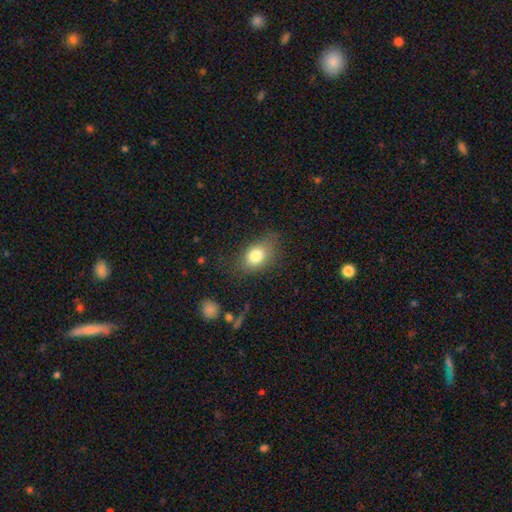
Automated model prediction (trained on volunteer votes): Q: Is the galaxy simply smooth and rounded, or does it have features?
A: smooth — 79%.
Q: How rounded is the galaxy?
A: in between — 72%.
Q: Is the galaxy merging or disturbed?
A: none — 67%.